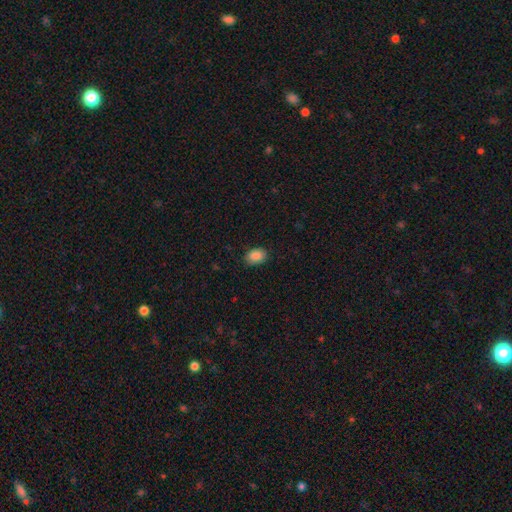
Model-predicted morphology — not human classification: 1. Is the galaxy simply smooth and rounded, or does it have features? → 88% smooth, 8% star or artifact, 4% featured or disk.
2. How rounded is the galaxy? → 78% in between, 21% round, 1% cigar-shaped.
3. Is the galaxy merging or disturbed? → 86% none, 11% minor disturbance, 2% major disturbance, 1% merger.